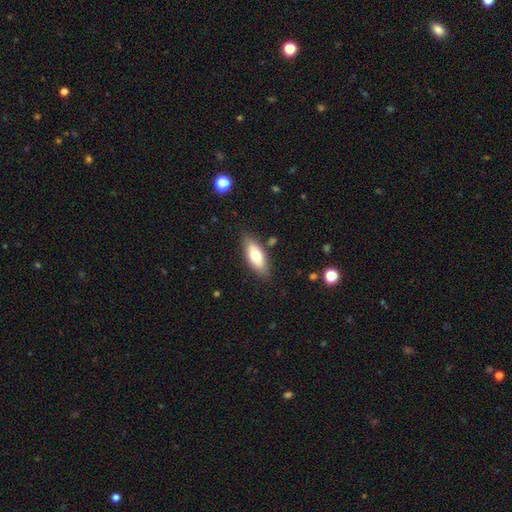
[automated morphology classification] smooth-or-featured: smooth: 69% | featured or disk: 25% | star or artifact: 6%
  how-rounded: in between: 75% | cigar-shaped: 23% | round: 2%
  merging: none: 82% | minor disturbance: 12% | major disturbance: 3% | merger: 3%